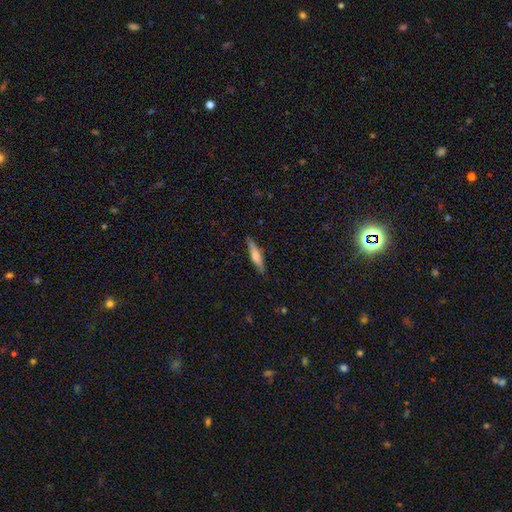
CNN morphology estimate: Q: Smooth or featured?
A: smooth (56%); runner-up: featured or disk (38%)
Q: How rounded?
A: cigar-shaped (83%); runner-up: in between (15%)
Q: Merging?
A: none (86%); runner-up: minor disturbance (11%)